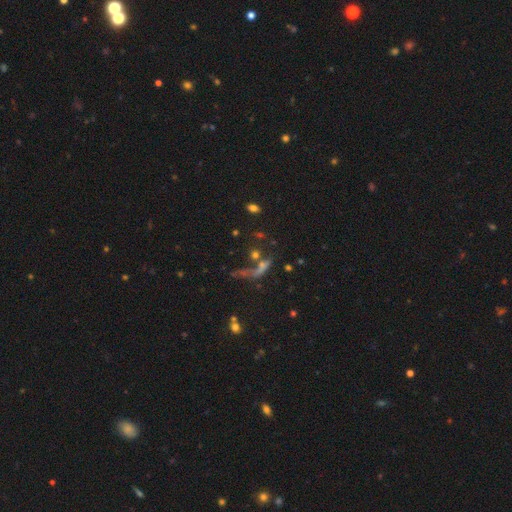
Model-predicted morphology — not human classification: Smooth or featured?
  - smooth: 38% *
  - star or artifact: 32%
  - featured or disk: 30%
Merging?
  - none: 35% *
  - merger: 31%
  - major disturbance: 22%
  - minor disturbance: 11%